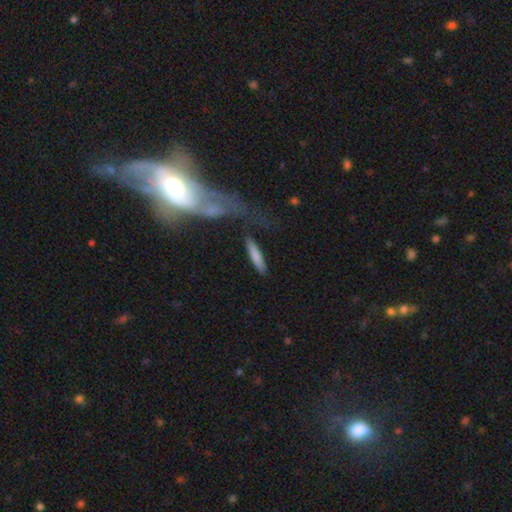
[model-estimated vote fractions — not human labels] A smooth galaxy with no disk features (77%) that is cigar-shaped (88%). Merging: none (78%).